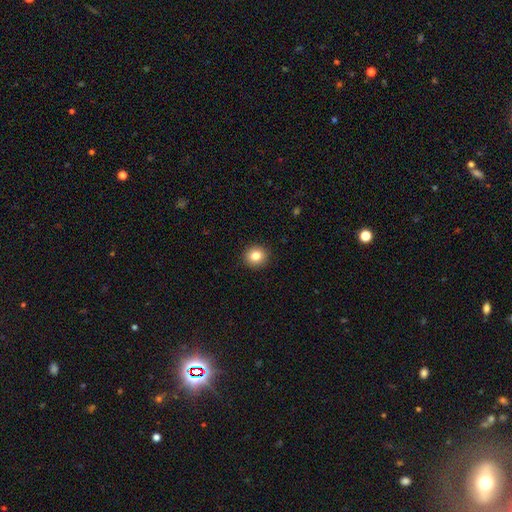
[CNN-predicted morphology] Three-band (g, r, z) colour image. It shows a smooth galaxy with no disk features (82%) that is round (90%). Merging: none (92%).